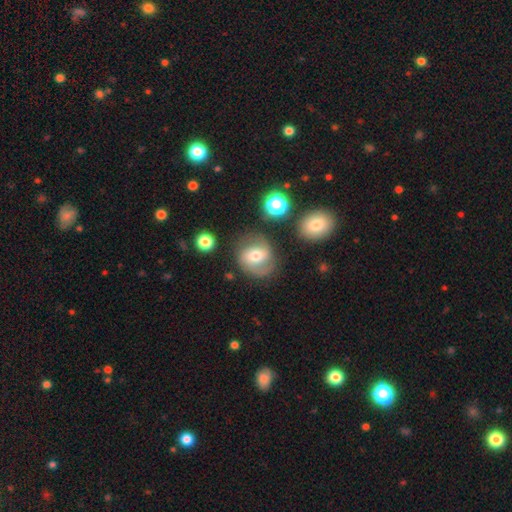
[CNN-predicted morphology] Smooth or featured?
  - featured or disk: 56% *
  - smooth: 35%
  - star or artifact: 9%
Edge-on disk?
  - no: 97% *
  - yes: 3%
Bar?
  - weak: 44% *
  - no: 35%
  - strong: 21%
Spiral arms?
  - yes: 84% *
  - no: 16%
Bulge size?
  - moderate: 71% *
  - small: 19%
  - large: 8%
  - dominant: 1%
  - none: 1%
Merging?
  - none: 72% *
  - minor disturbance: 16%
  - major disturbance: 8%
  - merger: 4%